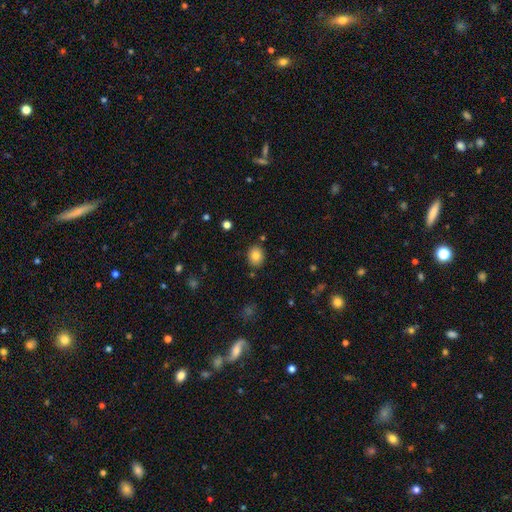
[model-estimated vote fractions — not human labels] smooth 84%, star or artifact 10%, featured or disk 6%. Down the decision tree: how rounded — round (51%); merging — none (84%).